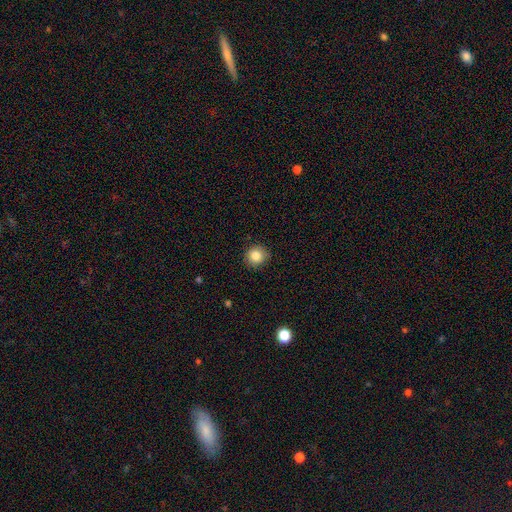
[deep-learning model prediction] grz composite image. It shows a smooth galaxy with no disk features (85%) that is round (91%). Merging: none (87%).